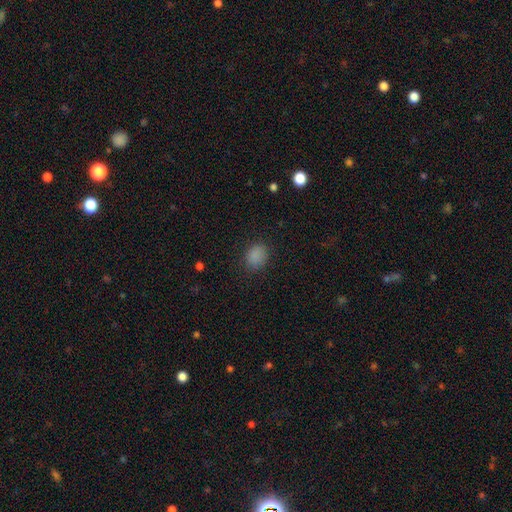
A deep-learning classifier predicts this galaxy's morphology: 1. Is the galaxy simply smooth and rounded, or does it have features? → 85% smooth, 11% star or artifact, 3% featured or disk.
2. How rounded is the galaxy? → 60% in between, 39% round, 1% cigar-shaped.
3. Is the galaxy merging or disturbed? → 82% none, 13% minor disturbance, 4% major disturbance, 1% merger.